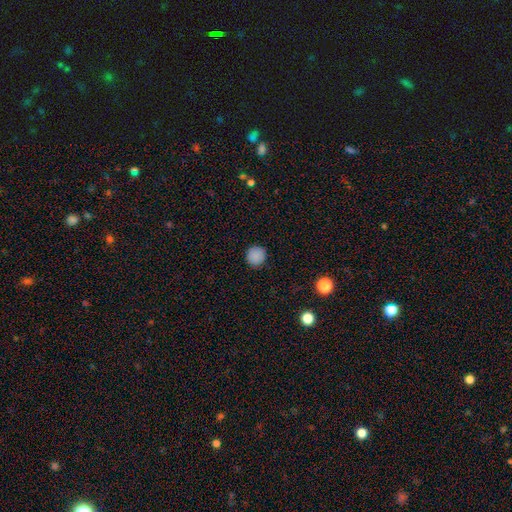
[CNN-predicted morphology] smooth_or_featured: smooth (p=0.86) [alt: star or artifact p=0.10]
how_rounded: round (p=0.93) [alt: in between p=0.06]
merging: none (p=0.90) [alt: minor disturbance p=0.07]